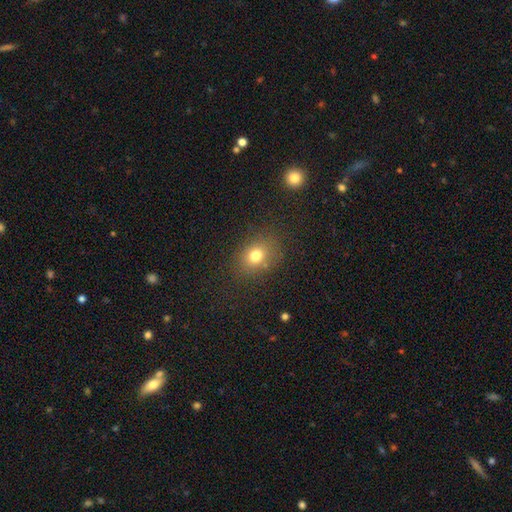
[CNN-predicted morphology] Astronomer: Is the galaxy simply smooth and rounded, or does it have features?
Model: smooth — 76%.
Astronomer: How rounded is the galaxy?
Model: round — 50% (runner-up: in between, 49%).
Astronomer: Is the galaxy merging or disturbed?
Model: none — 80%.